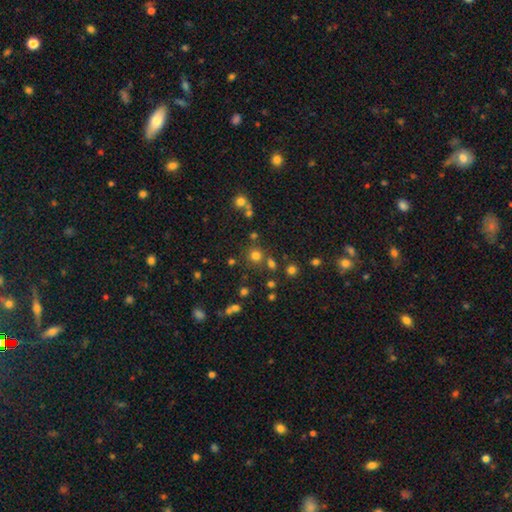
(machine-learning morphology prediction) A smooth galaxy with no disk features (71%) that is round (92%). Merging: none (77%).